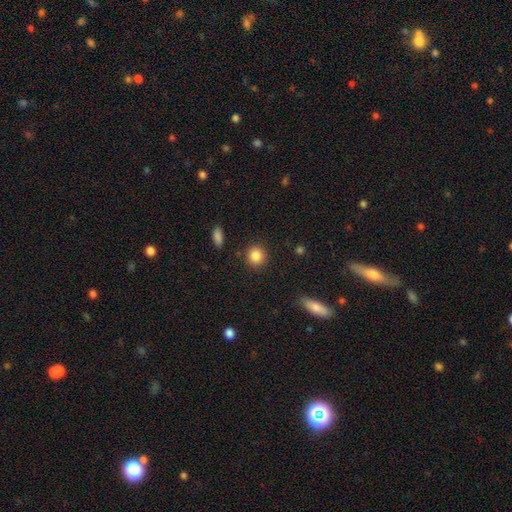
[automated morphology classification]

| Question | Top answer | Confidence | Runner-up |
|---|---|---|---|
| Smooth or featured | smooth | 86% | star or artifact (9%) |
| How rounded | round | 85% | in between (14%) |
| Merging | none | 88% | minor disturbance (7%) |